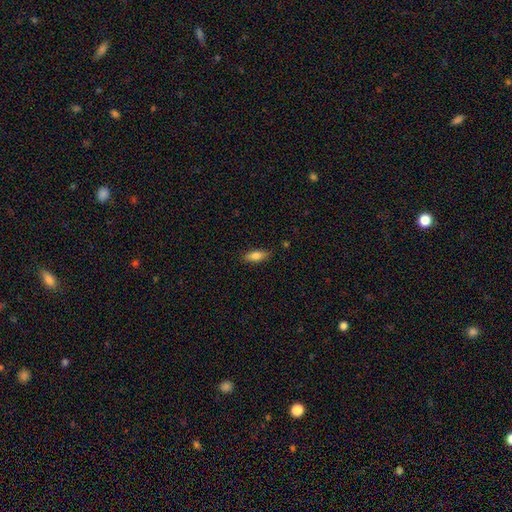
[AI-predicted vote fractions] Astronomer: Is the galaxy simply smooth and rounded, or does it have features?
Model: smooth — 81%.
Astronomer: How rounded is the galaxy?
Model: in between — 76%.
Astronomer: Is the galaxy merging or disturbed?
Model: none — 85%.